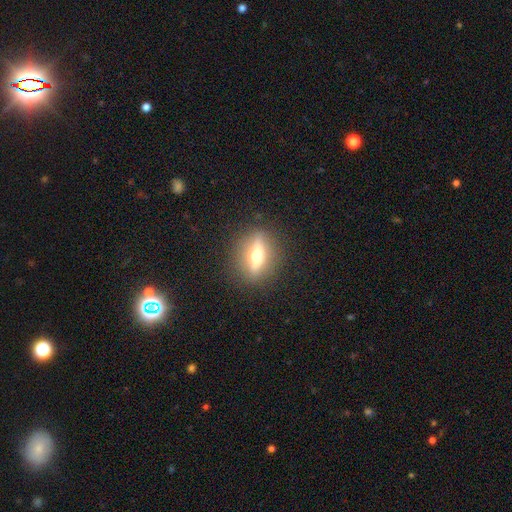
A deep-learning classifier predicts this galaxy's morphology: featured or disk 58%, smooth 33%, star or artifact 9%. Down the decision tree: edge-on disk — yes (77%); merging — none (86%).